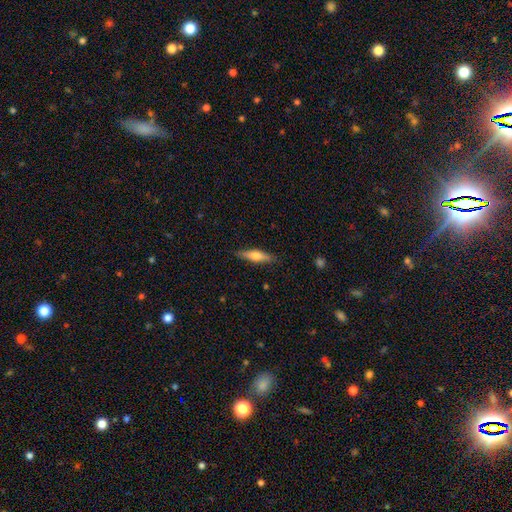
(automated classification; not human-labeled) The model was most divided on "smooth or featured": smooth: 54%, featured or disk: 40%, star or artifact: 6%. More confident: merging — none (86%); how rounded — cigar-shaped (68%).